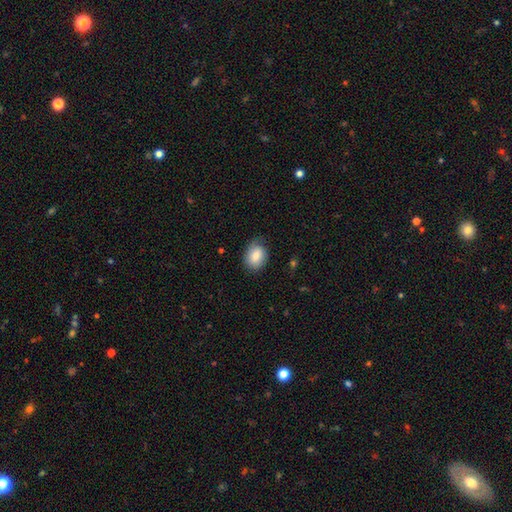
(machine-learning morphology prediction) This is clearly a smooth galaxy (81%). How rounded: likely in between (71%). Merging: likely none (68%).